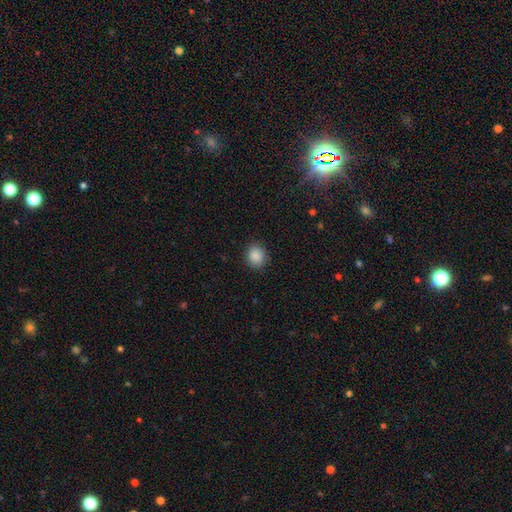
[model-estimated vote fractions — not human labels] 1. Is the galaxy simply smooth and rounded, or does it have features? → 88% smooth, 9% star or artifact, 3% featured or disk.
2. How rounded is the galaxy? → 68% round, 31% in between, 1% cigar-shaped.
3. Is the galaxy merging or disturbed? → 89% none, 8% minor disturbance, 2% major disturbance, 1% merger.